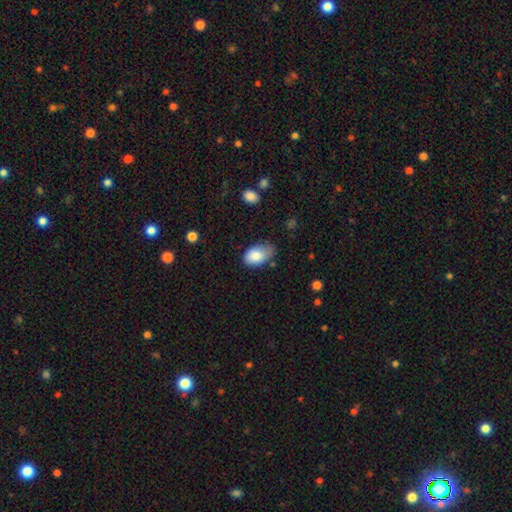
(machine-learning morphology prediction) Smooth or featured: smooth — 83% (featured or disk — 10%)
How rounded: in between — 91% (round — 8%)
Merging: none — 52% (minor disturbance — 37%)